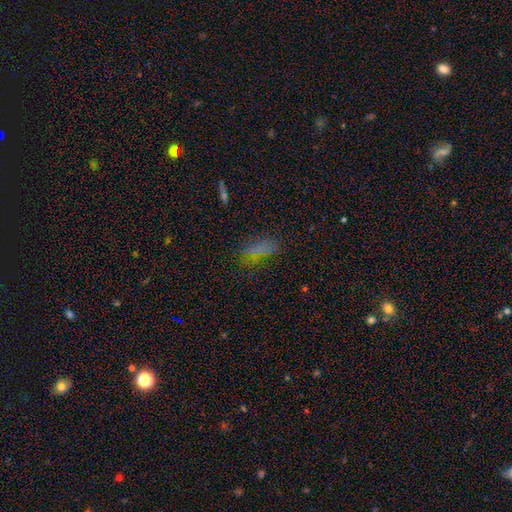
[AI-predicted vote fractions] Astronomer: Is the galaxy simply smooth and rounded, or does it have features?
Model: smooth — 63%.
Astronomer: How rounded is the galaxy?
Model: in between — 56% (runner-up: cigar-shaped, 39%).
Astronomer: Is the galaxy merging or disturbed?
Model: none — 60%.